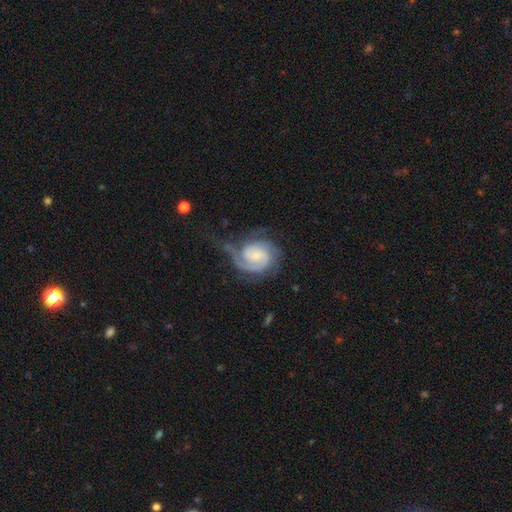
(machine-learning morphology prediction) A featured or disk galaxy (83%) with no bar (58%), 2 (49%) tight (51%) spiral arms (97%) and a small central bulge (50%).

Vote fractions:
- Smooth or featured? featured or disk: 83% / smooth: 11% / star or artifact: 5%
- Edge-on disk? no: 98% / yes: 2%
- Bar? no: 58% / weak: 36% / strong: 7%
- Spiral arms? yes: 97% / no: 3%
- Spiral winding? tight: 51% / medium: 37% / loose: 12%
- Spiral arm count? 2: 49% / 1: 22% / can't tell: 12% / 3: 12% / 4: 3% / more than 4: 3%
- Bulge size? small: 50% / moderate: 25% / none: 16% / large: 7% / dominant: 2%
- Merging? none: 48% / major disturbance: 27% / minor disturbance: 23% / merger: 2%